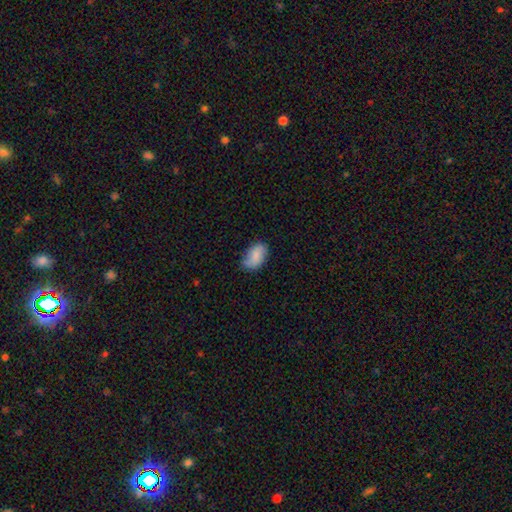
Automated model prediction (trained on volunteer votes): Q: Smooth or featured?
A: smooth (76%); runner-up: featured or disk (17%)
Q: How rounded?
A: in between (91%); runner-up: round (8%)
Q: Merging?
A: none (65%); runner-up: minor disturbance (28%)